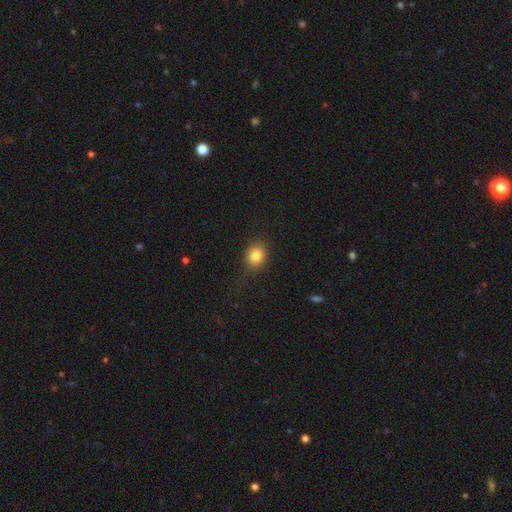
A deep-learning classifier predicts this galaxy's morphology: Q: Smooth or featured?
A: smooth (83%); runner-up: star or artifact (10%)
Q: How rounded?
A: in between (50%); runner-up: round (49%)
Q: Merging?
A: none (78%); runner-up: minor disturbance (15%)